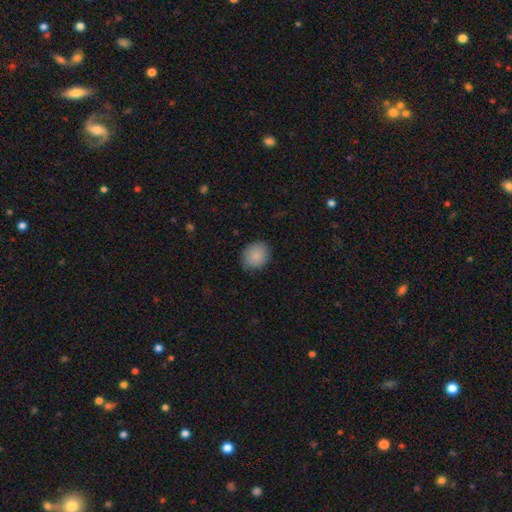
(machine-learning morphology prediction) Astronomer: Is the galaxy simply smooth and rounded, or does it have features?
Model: smooth — 87%.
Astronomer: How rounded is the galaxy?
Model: round — 72%.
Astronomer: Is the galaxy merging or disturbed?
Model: none — 81%.